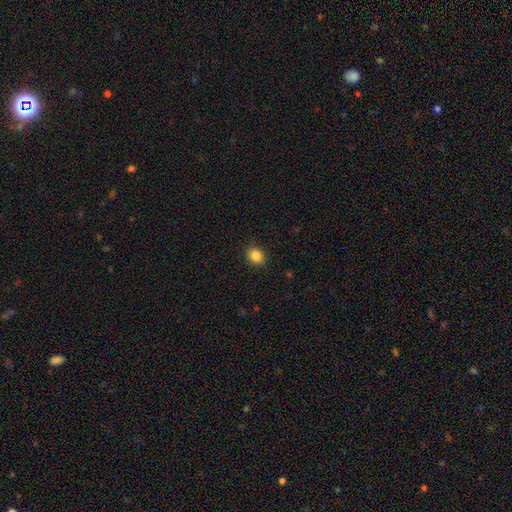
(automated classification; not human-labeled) smooth-or-featured: smooth: 86% | star or artifact: 10% | featured or disk: 4%
  how-rounded: round: 62% | in between: 38% | cigar-shaped: 1%
  merging: none: 90% | minor disturbance: 7% | major disturbance: 2% | merger: 1%